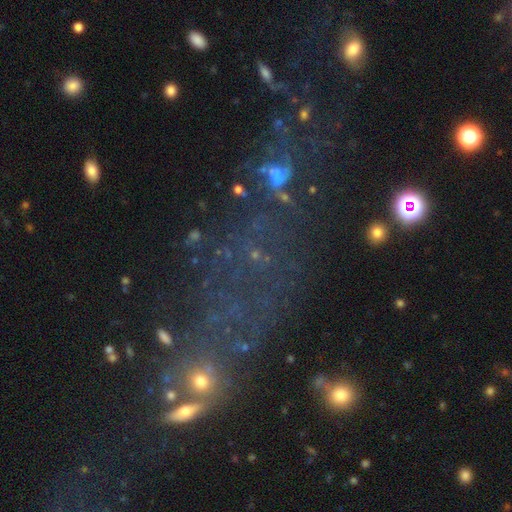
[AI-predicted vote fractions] Morphology: type=star or artifact (50%).